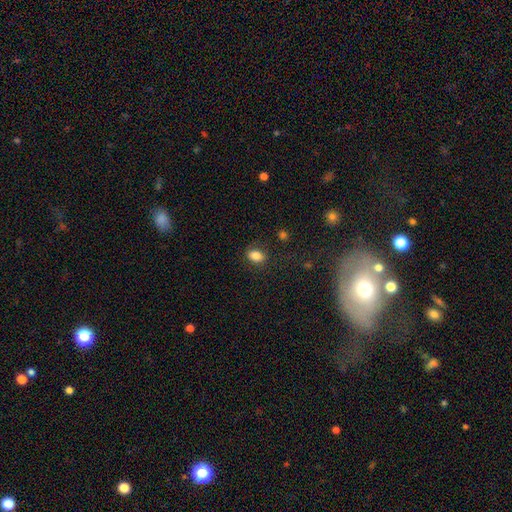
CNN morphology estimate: This is clearly a smooth galaxy (83%). How rounded: likely in between (73%). Merging: clearly none (81%).